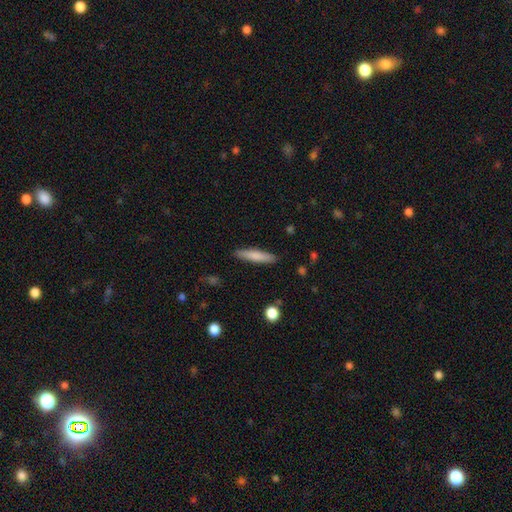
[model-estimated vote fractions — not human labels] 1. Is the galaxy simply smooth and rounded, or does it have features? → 75% smooth, 19% featured or disk, 6% star or artifact.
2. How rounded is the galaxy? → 86% cigar-shaped, 13% in between, 1% round.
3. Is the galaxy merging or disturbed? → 89% none, 8% minor disturbance, 2% major disturbance, 1% merger.